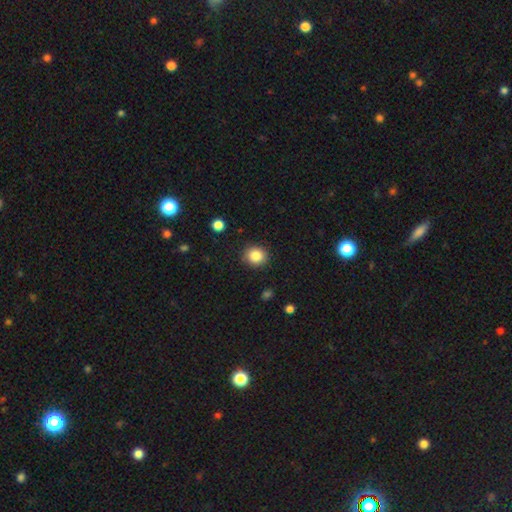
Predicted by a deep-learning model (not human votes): This appears to be a smooth galaxy with no disk features (86%) that is round (84%). Merging: none (89%).